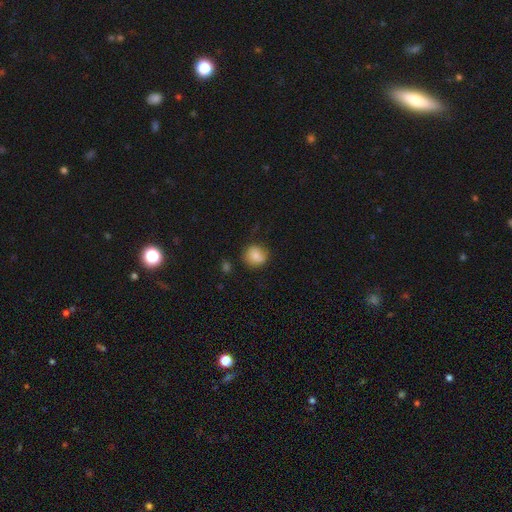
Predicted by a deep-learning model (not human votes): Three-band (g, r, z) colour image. It shows a smooth galaxy with no disk features (80%) that is round (84%). Merging: none (77%).